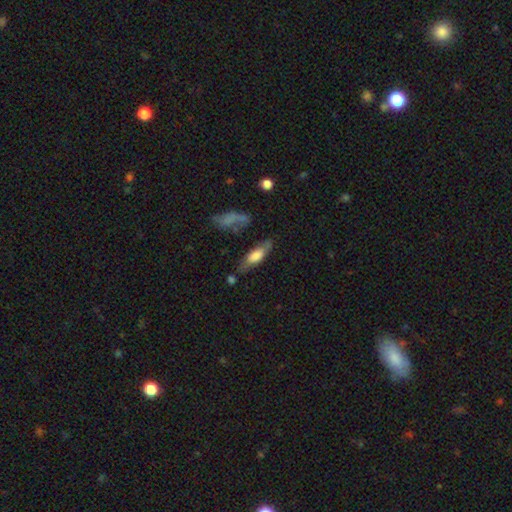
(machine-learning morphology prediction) This is possibly a smooth galaxy (59%). How rounded: possibly in between (55%). Merging: likely none (65%).